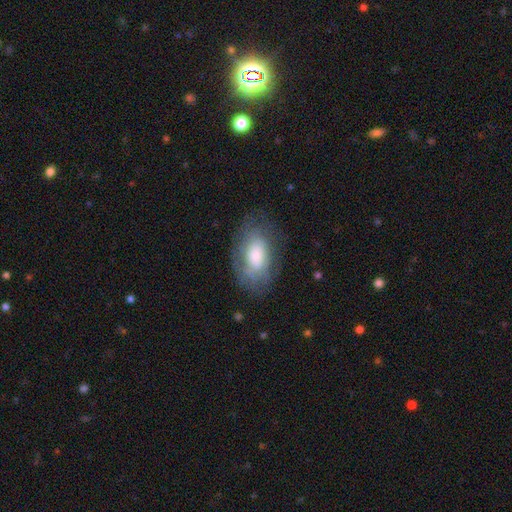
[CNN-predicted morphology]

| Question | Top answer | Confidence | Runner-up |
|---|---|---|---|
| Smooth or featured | smooth | 51% | featured or disk (41%) |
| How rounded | in between | 92% | round (6%) |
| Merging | none | 69% | minor disturbance (20%) |